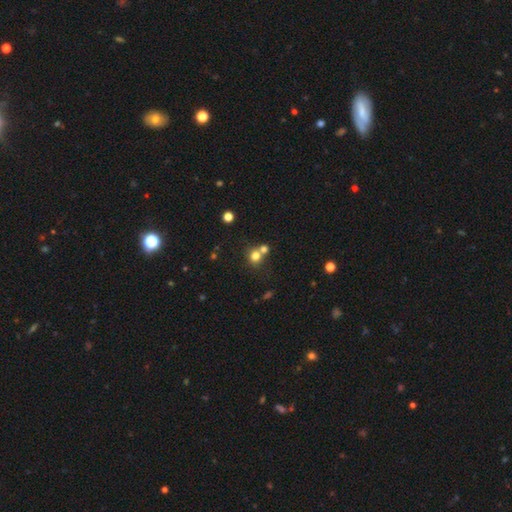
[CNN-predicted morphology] Smooth or featured: smooth — 75% (star or artifact — 15%)
How rounded: round — 85% (in between — 14%)
Merging: none — 51% (merger — 39%)